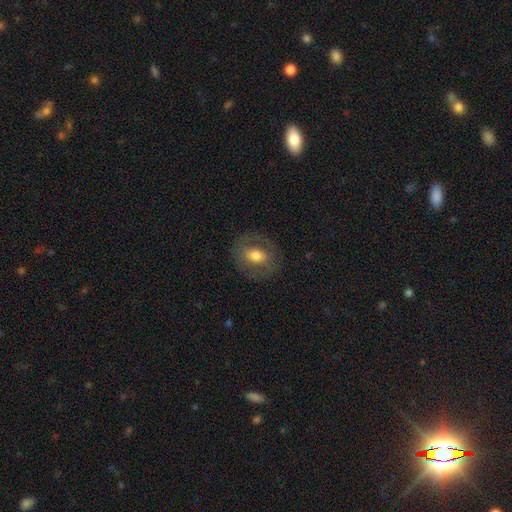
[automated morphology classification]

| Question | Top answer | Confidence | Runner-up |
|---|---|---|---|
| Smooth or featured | smooth | 52% | featured or disk (40%) |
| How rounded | round | 51% | in between (47%) |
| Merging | none | 80% | minor disturbance (12%) |